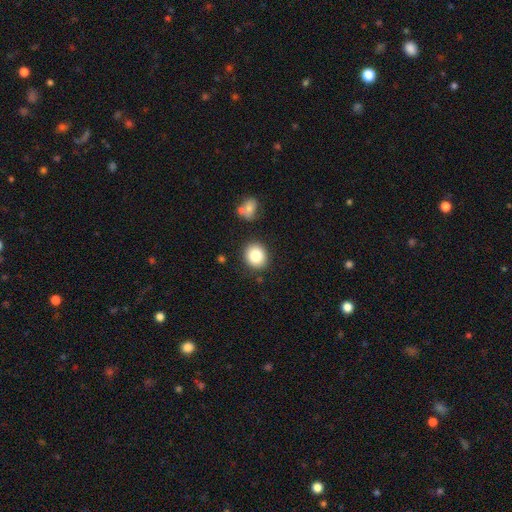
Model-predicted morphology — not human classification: A smooth galaxy with no disk features (84%) that is round (72%).

Vote fractions:
- Smooth or featured? smooth: 84% / star or artifact: 9% / featured or disk: 7%
- How rounded? round: 72% / in between: 27% / cigar-shaped: 1%
- Merging? none: 85% / minor disturbance: 9% / merger: 3% / major disturbance: 3%